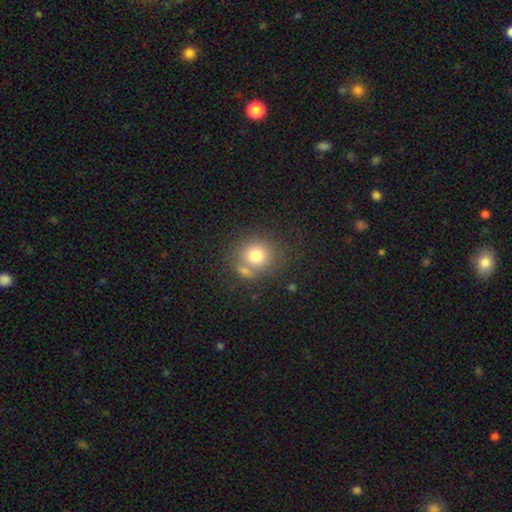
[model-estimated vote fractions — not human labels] Smooth or featured? Predicted: smooth (p=0.77). How rounded? Predicted: round (p=0.85). Merging? Predicted: none (p=0.58).